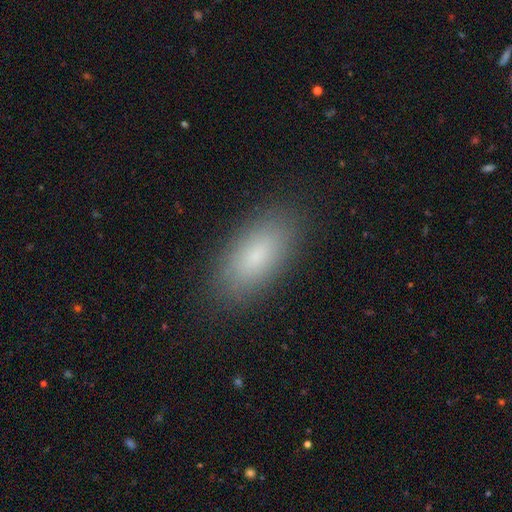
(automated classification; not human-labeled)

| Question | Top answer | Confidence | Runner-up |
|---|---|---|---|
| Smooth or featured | smooth | 81% | featured or disk (10%) |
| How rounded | in between | 87% | cigar-shaped (10%) |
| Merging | none | 87% | minor disturbance (9%) |